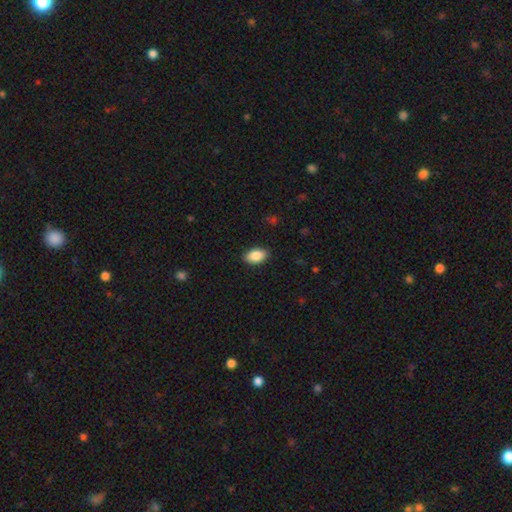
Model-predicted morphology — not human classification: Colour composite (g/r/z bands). It shows a smooth galaxy with no disk features (88%) that is in between round and cigar-shaped (92%). Merging: none (88%).